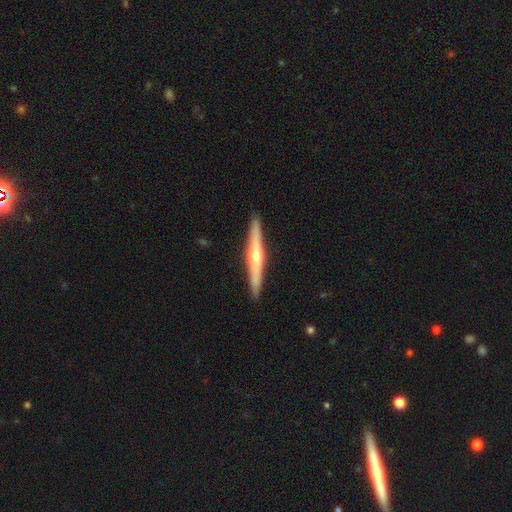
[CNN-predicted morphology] This appears to be a featured or disk galaxy (67%) viewed edge-on (97%) with a rounded central bulge (84%). Merging: none (92%).